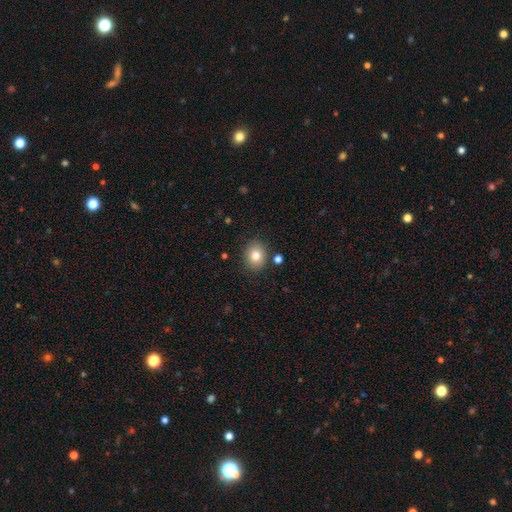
This appears to be a smooth galaxy with no disk features (76%) that is round (72%). Merging: none (82%).